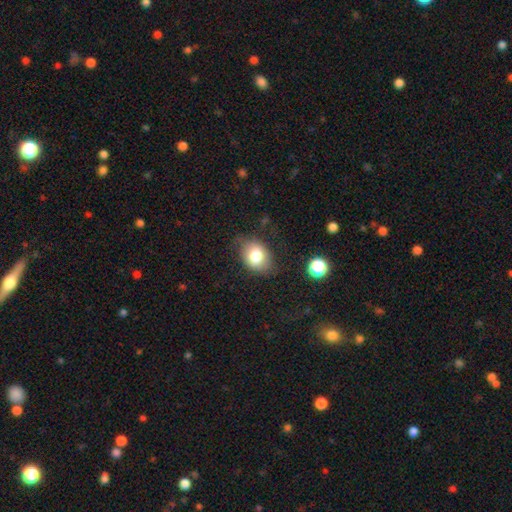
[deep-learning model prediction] Q: Smooth or featured?
A: smooth (78%); runner-up: featured or disk (13%)
Q: How rounded?
A: in between (62%); runner-up: round (37%)
Q: Merging?
A: none (71%); runner-up: minor disturbance (21%)